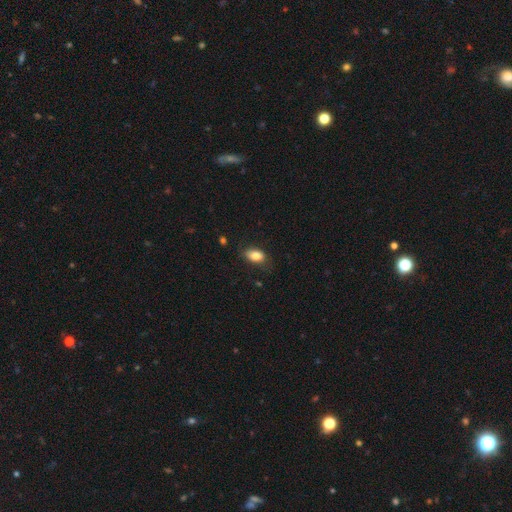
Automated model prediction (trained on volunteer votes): Smooth or featured?
  - smooth: 83% *
  - featured or disk: 9%
  - star or artifact: 8%
How rounded?
  - in between: 87% *
  - round: 10%
  - cigar-shaped: 2%
Merging?
  - none: 74% *
  - minor disturbance: 19%
  - major disturbance: 5%
  - merger: 1%